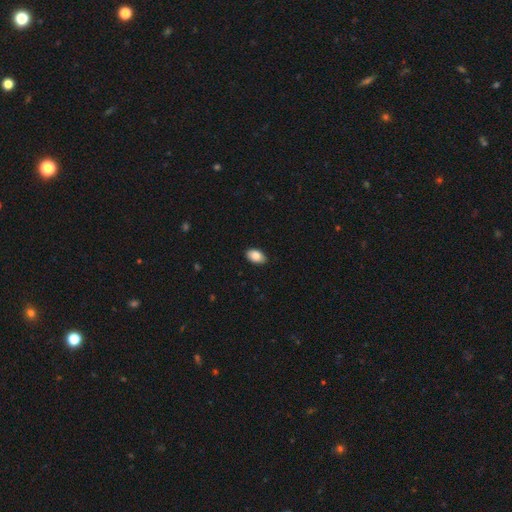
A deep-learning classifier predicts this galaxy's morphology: This is clearly a smooth galaxy (87%). How rounded: clearly in between (91%). Merging: clearly none (88%).